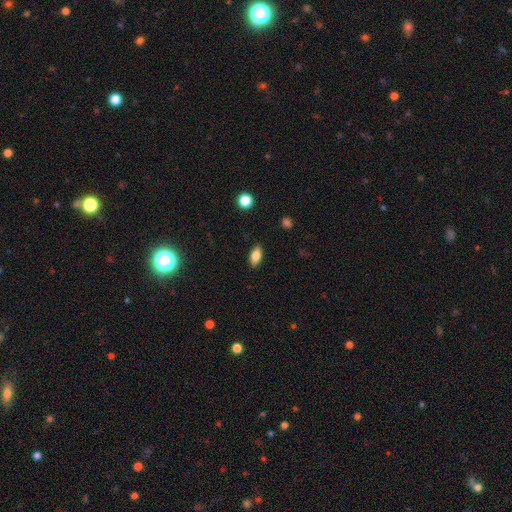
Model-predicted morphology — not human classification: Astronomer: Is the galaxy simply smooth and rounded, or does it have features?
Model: smooth — 81%.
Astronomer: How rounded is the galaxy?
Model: in between — 89%.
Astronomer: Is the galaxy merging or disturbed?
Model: none — 88%.